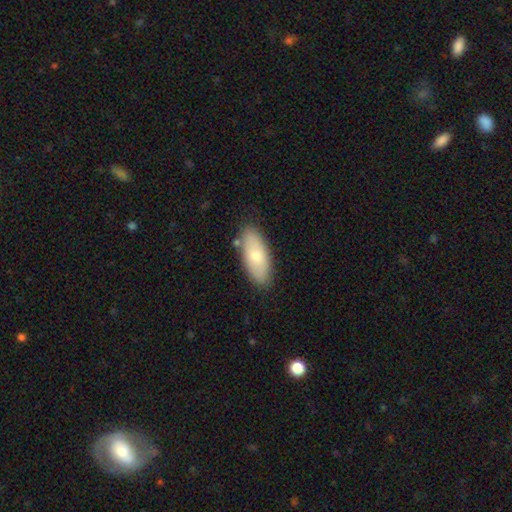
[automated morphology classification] Smooth or featured? smooth (74%)
How rounded? in between (84%)
Merging? none (82%)